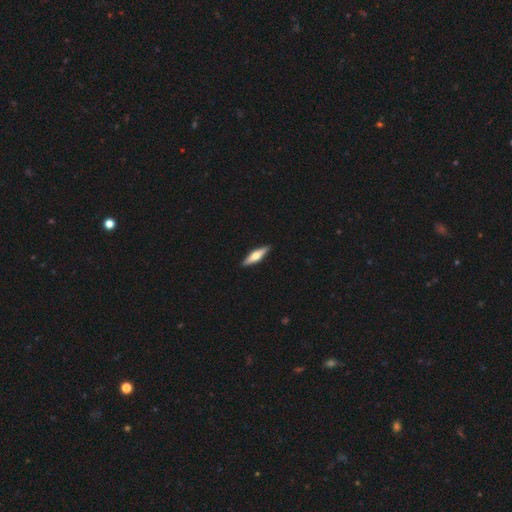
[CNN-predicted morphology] Smooth or featured: featured or disk — 56% (smooth — 39%)
Edge-on disk: yes — 96% (no — 4%)
Edge-on bulge: rounded — 93% (boxy — 4%)
Merging: none — 92% (minor disturbance — 6%)